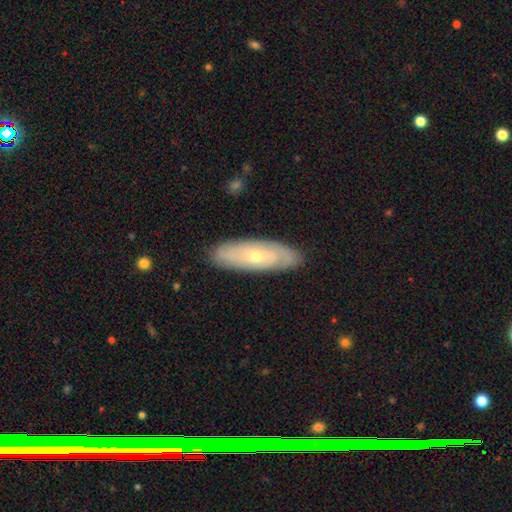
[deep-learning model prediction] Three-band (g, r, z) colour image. It shows a featured or disk galaxy (59%). Merging: none (85%).